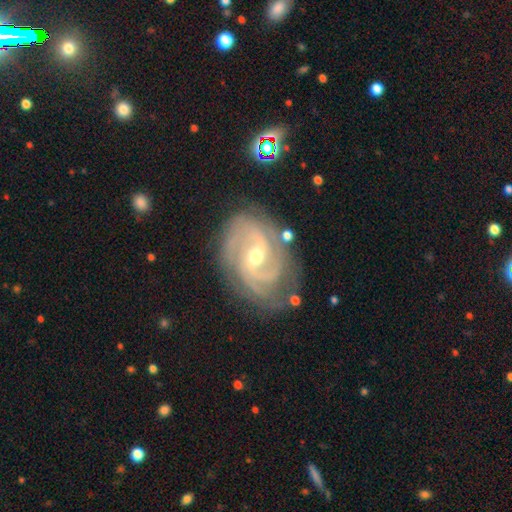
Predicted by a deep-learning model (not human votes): smooth_or_featured: featured or disk (p=0.90) [alt: star or artifact p=0.06]
disk_edge_on: no (p=0.97) [alt: yes p=0.03]
bar: weak (p=0.50) [alt: strong p=0.25]
has_spiral_arms: yes (p=0.98) [alt: no p=0.02]
spiral_winding: tight (p=0.49) [alt: medium p=0.41]
spiral_arm_count: 2 (p=0.43) [alt: 3 p=0.26]
bulge_size: moderate (p=0.51) [alt: small p=0.46]
merging: none (p=0.75) [alt: minor disturbance p=0.18]